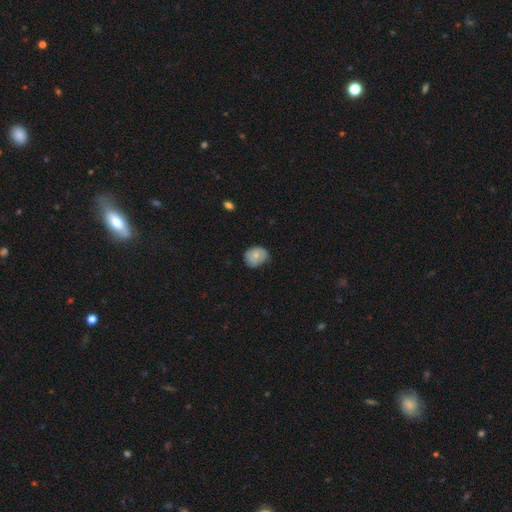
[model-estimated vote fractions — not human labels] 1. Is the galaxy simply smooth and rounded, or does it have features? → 68% smooth, 25% featured or disk, 7% star or artifact.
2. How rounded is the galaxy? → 54% round, 45% in between, 1% cigar-shaped.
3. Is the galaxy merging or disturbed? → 58% none, 34% minor disturbance, 7% major disturbance, 1% merger.